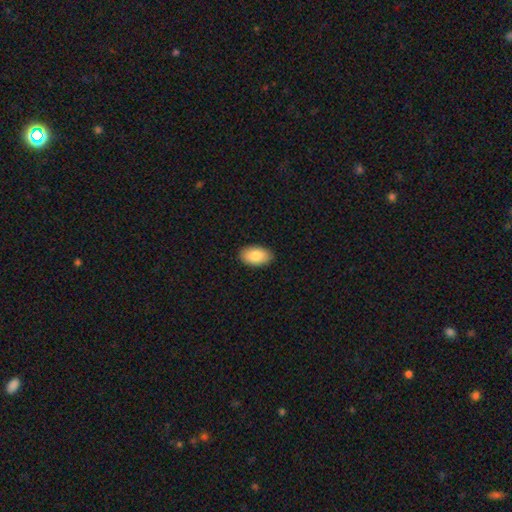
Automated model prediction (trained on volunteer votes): This is clearly a smooth galaxy (87%). How rounded: clearly in between (95%). Merging: clearly none (90%).